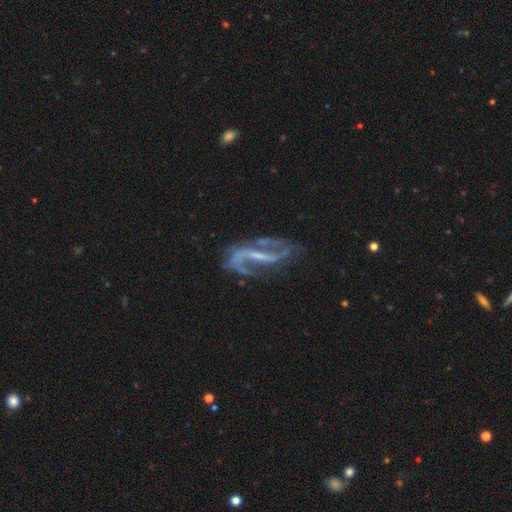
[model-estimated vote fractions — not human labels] This appears to be a featured or disk galaxy (88%) with a strong bar (52%), 2 (87%) loose (61%) spiral arms (93%) and a small central bulge (54%). Merging: none (62%).